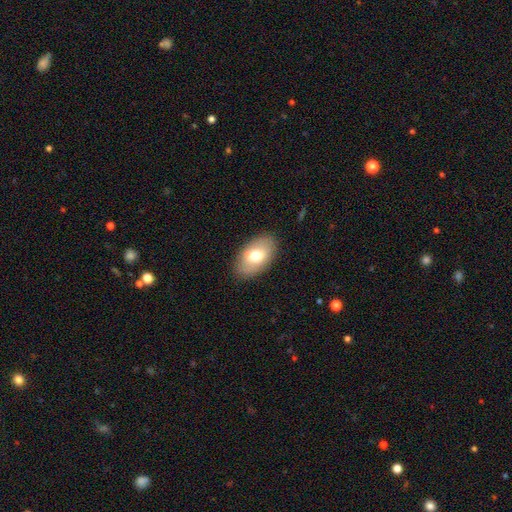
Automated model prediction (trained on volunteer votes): This is likely a smooth galaxy (68%). How rounded: clearly in between (92%). Merging: clearly none (84%).